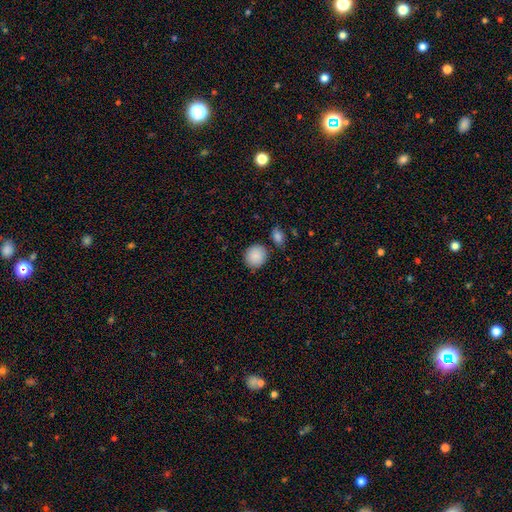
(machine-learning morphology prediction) This is clearly a smooth galaxy (89%). How rounded: clearly round (86%). Merging: clearly none (82%).